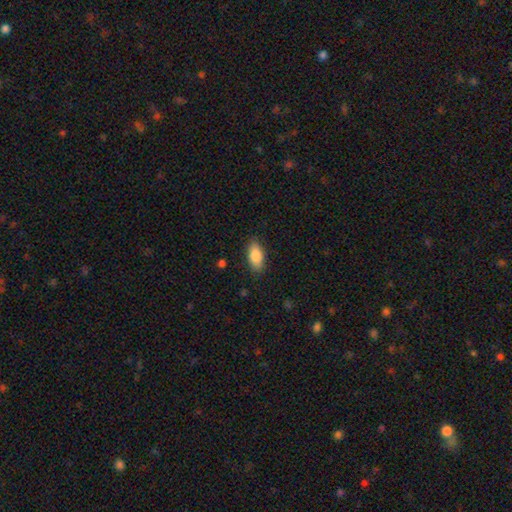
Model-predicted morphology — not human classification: A smooth galaxy with no disk features (86%) that is in between round and cigar-shaped (89%).

Vote fractions:
- Smooth or featured? smooth: 86% / featured or disk: 8% / star or artifact: 7%
- How rounded? in between: 89% / cigar-shaped: 8% / round: 3%
- Merging? none: 86% / minor disturbance: 10% / major disturbance: 3% / merger: 1%